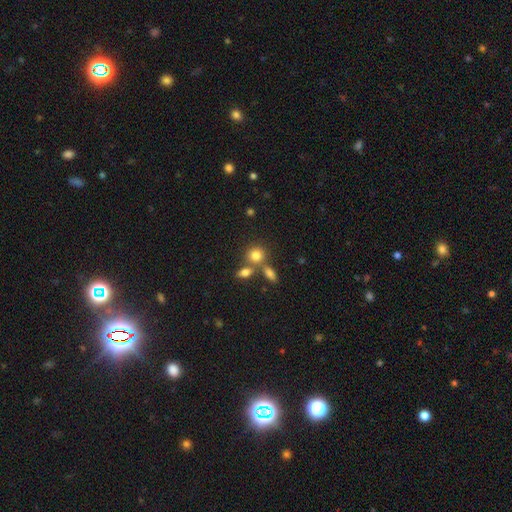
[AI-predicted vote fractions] Q: Smooth or featured?
A: smooth (80%); runner-up: star or artifact (11%)
Q: How rounded?
A: round (71%); runner-up: in between (27%)
Q: Merging?
A: none (53%); runner-up: merger (33%)